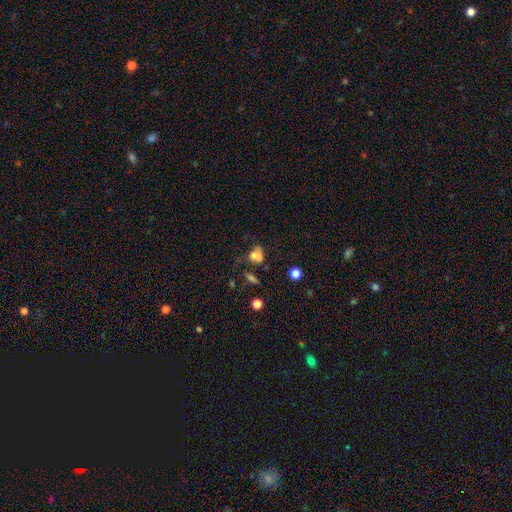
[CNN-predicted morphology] This appears to be a smooth galaxy with no disk features (68%) that is in between round and cigar-shaped (60%). Merging: none (32%).